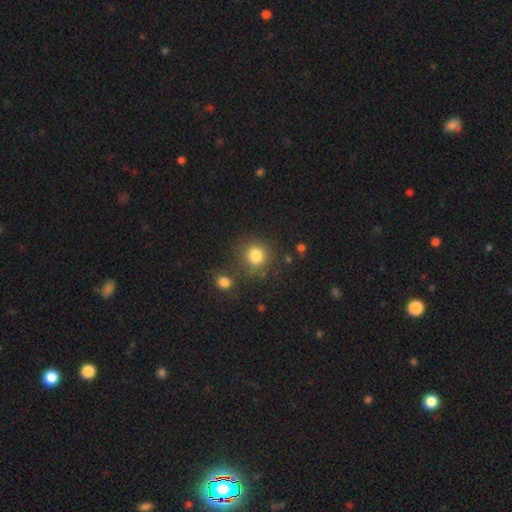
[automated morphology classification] smooth 83%, star or artifact 11%, featured or disk 6%. Down the decision tree: how rounded — round (89%); merging — none (79%).